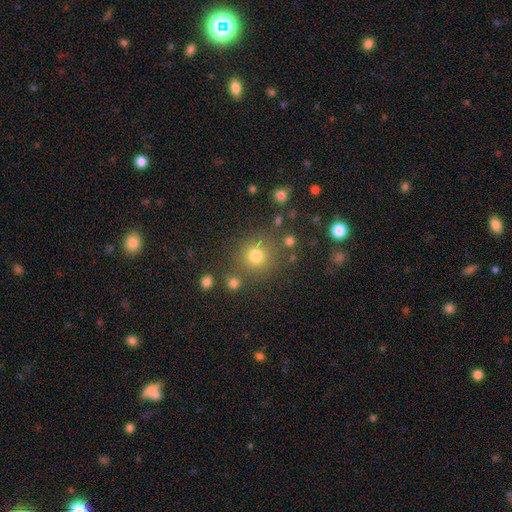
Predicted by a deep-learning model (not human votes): This appears to be a smooth galaxy with no disk features (77%) that is round (93%). Merging: none (80%).